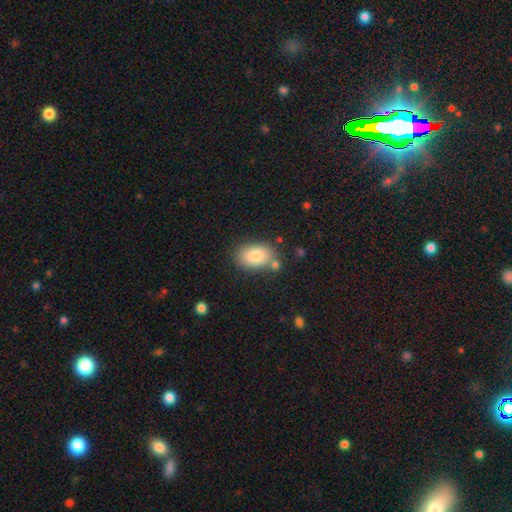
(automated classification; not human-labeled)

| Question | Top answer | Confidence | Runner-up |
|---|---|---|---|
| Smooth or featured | smooth | 83% | featured or disk (9%) |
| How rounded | in between | 87% | round (12%) |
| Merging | none | 76% | minor disturbance (14%) |